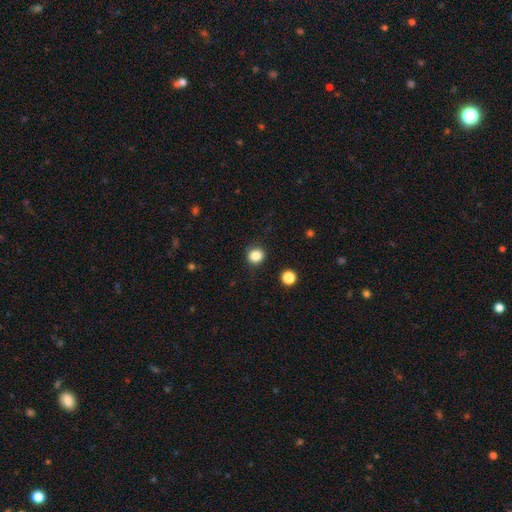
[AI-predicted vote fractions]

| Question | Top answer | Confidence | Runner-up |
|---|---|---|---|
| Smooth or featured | smooth | 85% | star or artifact (11%) |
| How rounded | round | 84% | in between (15%) |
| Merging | none | 87% | minor disturbance (9%) |